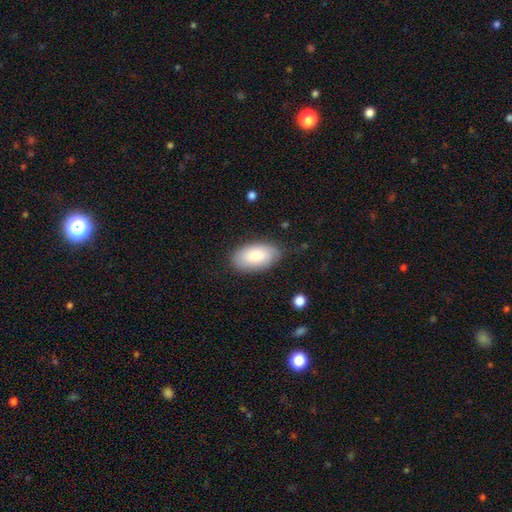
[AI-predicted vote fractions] smooth_or_featured: smooth (p=0.81) [alt: featured or disk p=0.13]
how_rounded: in between (p=0.95) [alt: round p=0.03]
merging: none (p=0.81) [alt: minor disturbance p=0.14]